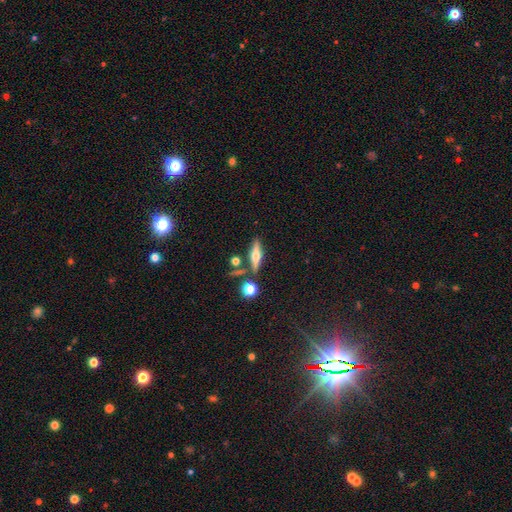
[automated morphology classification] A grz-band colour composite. It shows a featured or disk galaxy (58%) viewed edge-on (93%) with a rounded central bulge (93%). Merging: none (77%).